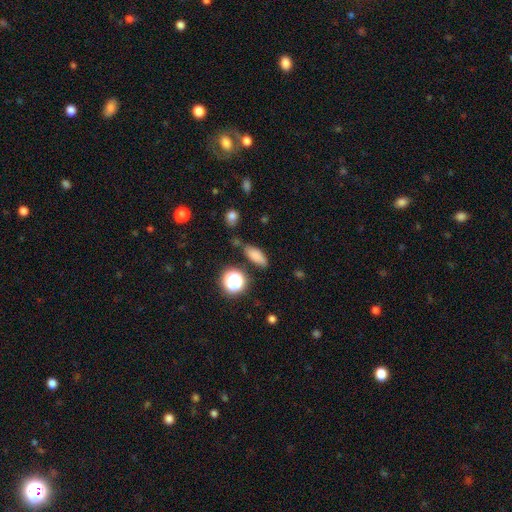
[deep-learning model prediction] Smooth or featured? Predicted: smooth (p=0.78). How rounded? Predicted: in between (p=0.70). Merging? Predicted: none (p=0.73).